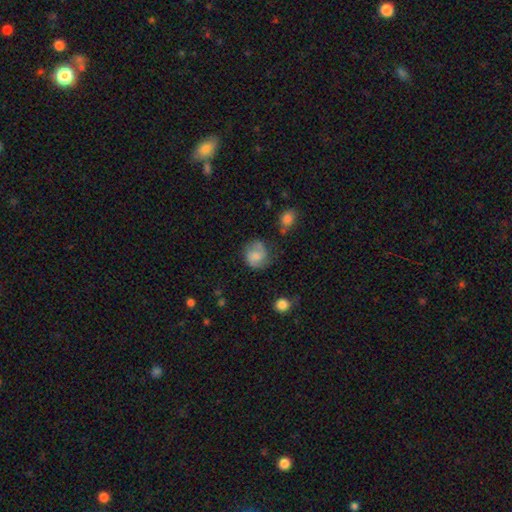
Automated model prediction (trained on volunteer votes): smooth-or-featured: smooth: 46% | featured or disk: 45% | star or artifact: 9%
  merging: none: 62% | minor disturbance: 23% | major disturbance: 11% | merger: 4%